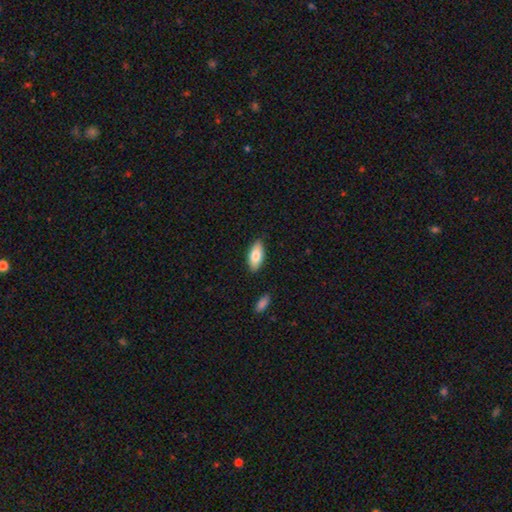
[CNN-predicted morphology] Q: Smooth or featured?
A: smooth (80%); runner-up: featured or disk (14%)
Q: How rounded?
A: in between (88%); runner-up: cigar-shaped (10%)
Q: Merging?
A: none (86%); runner-up: minor disturbance (10%)